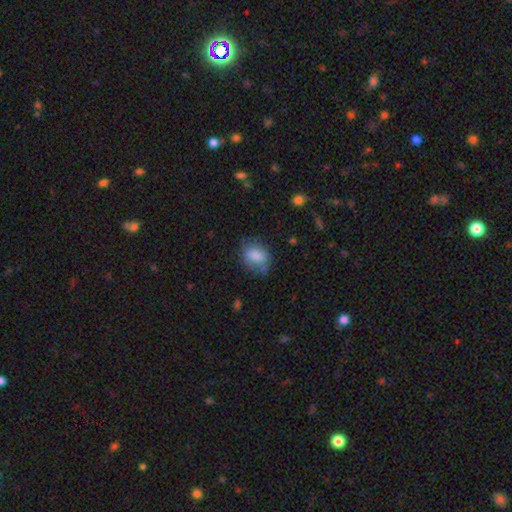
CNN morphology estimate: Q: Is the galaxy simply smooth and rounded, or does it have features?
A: smooth — 82%.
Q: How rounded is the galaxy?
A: in between — 69%.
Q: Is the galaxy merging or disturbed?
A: none — 67%.